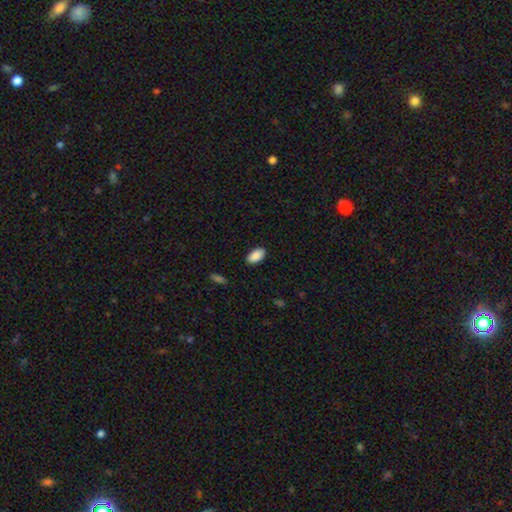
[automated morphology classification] Smooth or featured?
  - smooth: 90% *
  - star or artifact: 7%
  - featured or disk: 3%
How rounded?
  - in between: 94% *
  - round: 3%
  - cigar-shaped: 2%
Merging?
  - none: 88% *
  - minor disturbance: 8%
  - major disturbance: 2%
  - merger: 1%